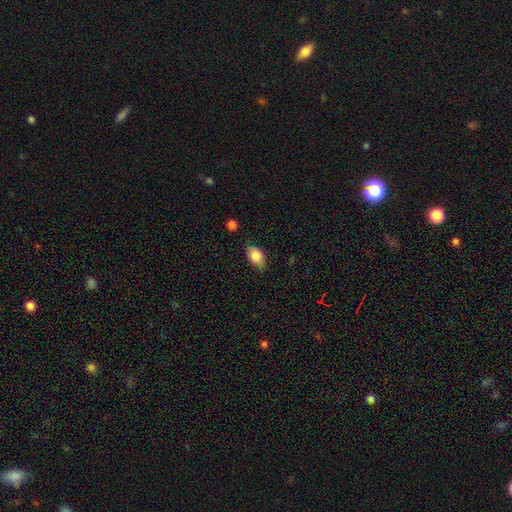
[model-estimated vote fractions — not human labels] The model was most divided on "merging": none: 76%, minor disturbance: 19%, major disturbance: 4%, merger: 2%. More confident: how rounded — in between (88%); smooth or featured — smooth (84%).